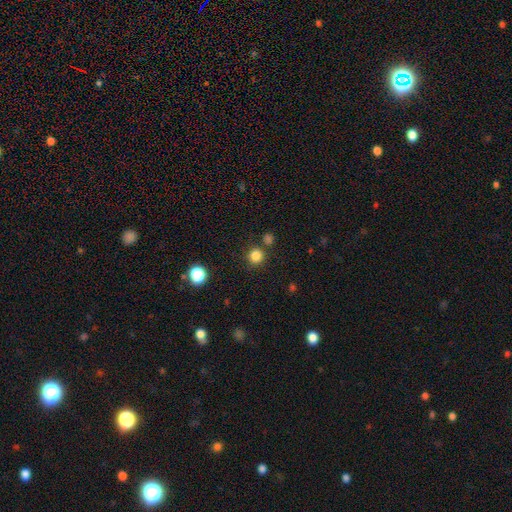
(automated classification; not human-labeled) Smooth or featured: smooth — 83% (star or artifact — 13%)
How rounded: round — 93% (in between — 6%)
Merging: none — 83% (merger — 7%)